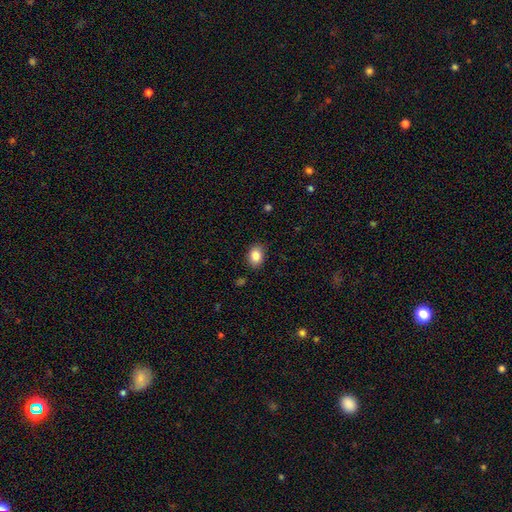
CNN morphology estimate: Q: Smooth or featured?
A: smooth (86%); runner-up: star or artifact (9%)
Q: How rounded?
A: in between (69%); runner-up: round (30%)
Q: Merging?
A: none (86%); runner-up: minor disturbance (10%)